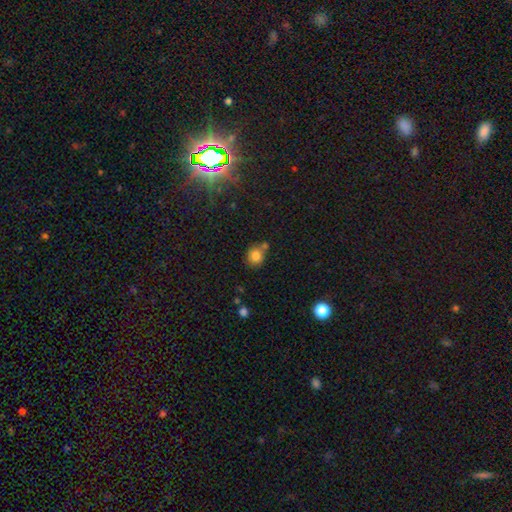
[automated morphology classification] smooth-or-featured: smooth: 81% | star or artifact: 11% | featured or disk: 8%
  how-rounded: round: 80% | in between: 19% | cigar-shaped: 1%
  merging: none: 63% | merger: 19% | minor disturbance: 14% | major disturbance: 4%